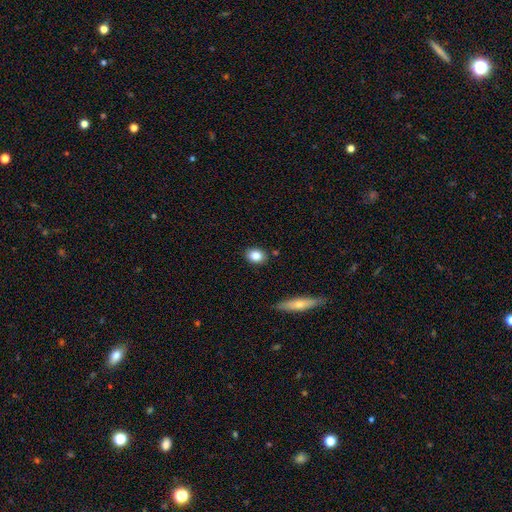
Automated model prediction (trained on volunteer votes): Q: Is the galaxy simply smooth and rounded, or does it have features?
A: smooth — 83%.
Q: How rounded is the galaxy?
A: round — 52%.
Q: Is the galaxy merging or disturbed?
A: none — 86%.